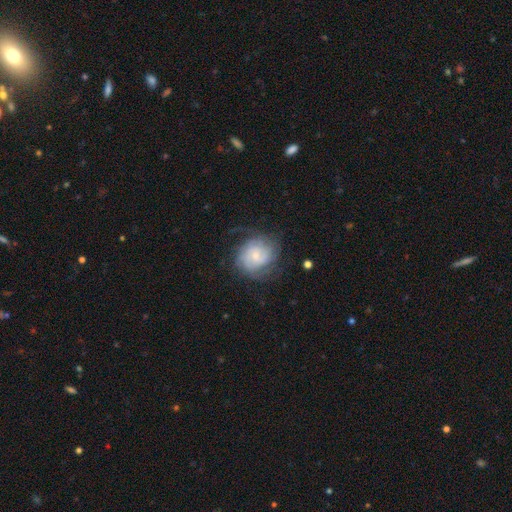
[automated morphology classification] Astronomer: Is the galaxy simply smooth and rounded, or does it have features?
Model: featured or disk — 66%.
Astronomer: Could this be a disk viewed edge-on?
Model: no — 97%.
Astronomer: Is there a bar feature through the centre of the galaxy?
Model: no — 72%.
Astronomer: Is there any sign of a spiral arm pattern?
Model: yes — 87%.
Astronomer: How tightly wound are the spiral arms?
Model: tight — 56%.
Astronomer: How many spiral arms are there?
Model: can't tell — 46%.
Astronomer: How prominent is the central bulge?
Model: small — 65%.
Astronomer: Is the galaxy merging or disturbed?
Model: none — 62%.